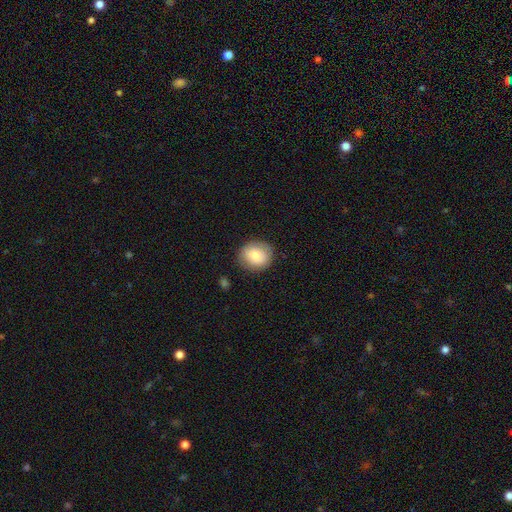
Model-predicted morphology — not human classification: The model was most divided on "how rounded": round: 72%, in between: 27%, cigar-shaped: 1%. More confident: merging — none (84%); smooth or featured — smooth (82%).